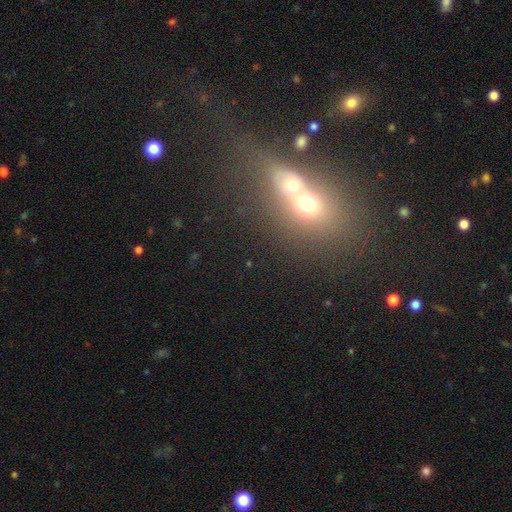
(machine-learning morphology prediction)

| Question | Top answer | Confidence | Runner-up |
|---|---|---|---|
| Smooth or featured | smooth | 43% | star or artifact (31%) |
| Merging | merger | 60% | none (26%) |